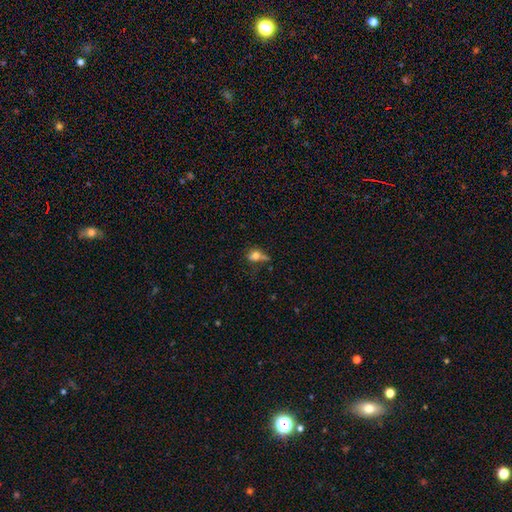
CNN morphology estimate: Overall: smooth (67%). How rounded: in between (52%; round 42%). Merging: none (32%; major disturbance 27%).